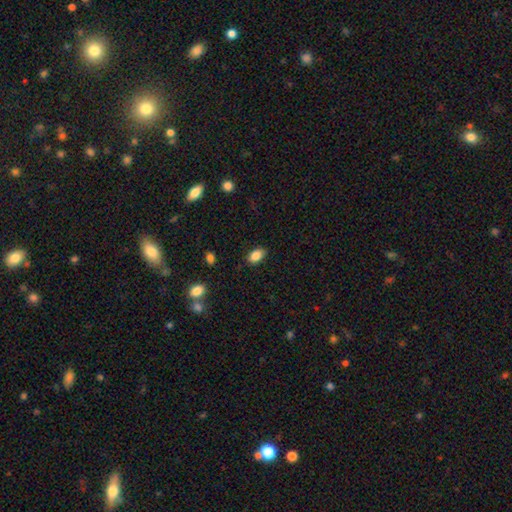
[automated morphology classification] This is clearly a smooth galaxy (86%). How rounded: clearly in between (89%). Merging: clearly none (85%).